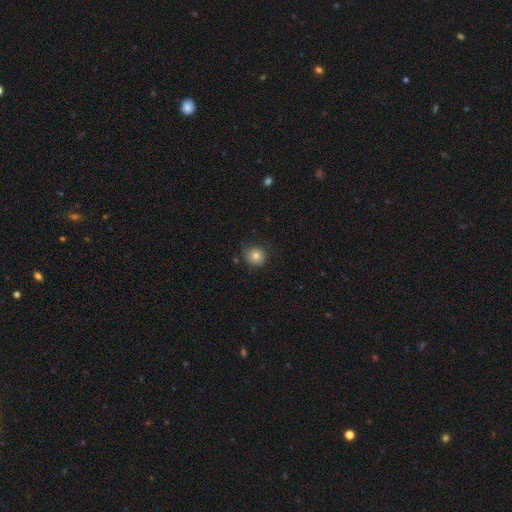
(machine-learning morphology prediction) The model was most divided on "merging": none: 74%, minor disturbance: 19%, major disturbance: 5%, merger: 2%. More confident: how rounded — round (92%); smooth or featured — smooth (79%).